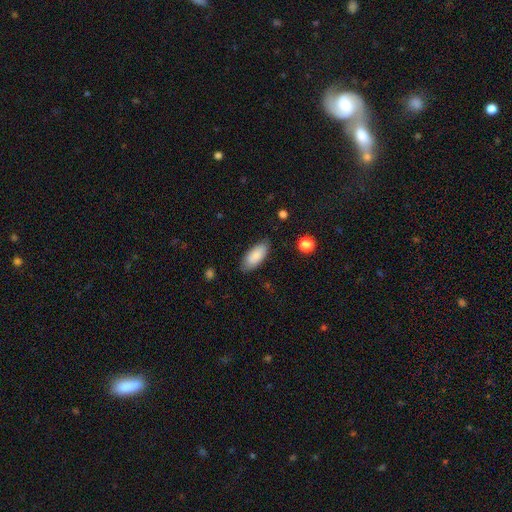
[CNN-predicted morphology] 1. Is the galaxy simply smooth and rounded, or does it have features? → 87% smooth, 7% featured or disk, 6% star or artifact.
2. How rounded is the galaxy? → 87% in between, 11% cigar-shaped, 2% round.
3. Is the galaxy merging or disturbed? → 82% none, 14% minor disturbance, 3% major disturbance, 1% merger.